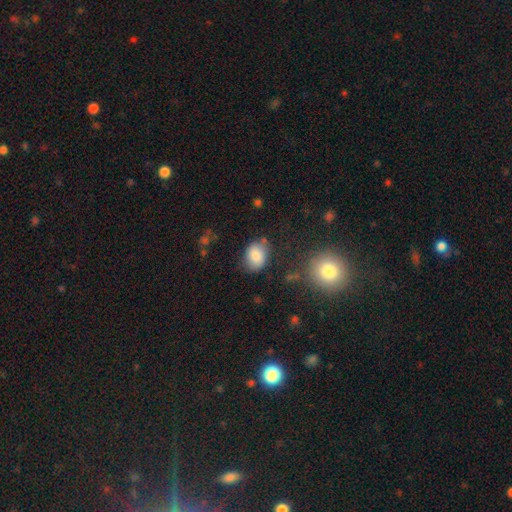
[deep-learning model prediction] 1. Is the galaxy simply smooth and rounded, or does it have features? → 82% smooth, 9% featured or disk, 8% star or artifact.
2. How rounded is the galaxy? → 68% in between, 30% round, 1% cigar-shaped.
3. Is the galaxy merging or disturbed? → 71% none, 20% minor disturbance, 5% major disturbance, 4% merger.